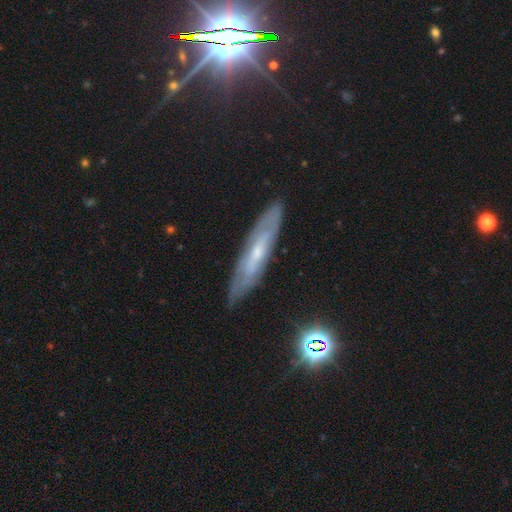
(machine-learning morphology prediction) Smooth or featured: featured or disk — 68% (smooth — 20%)
Edge-on disk: no — 51% (yes — 49%)
Merging: none — 82% (minor disturbance — 13%)